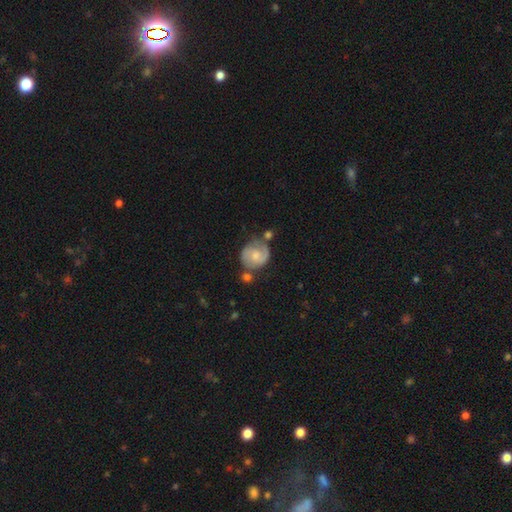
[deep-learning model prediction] smooth_or_featured: featured or disk (p=0.70) [alt: smooth p=0.24]
disk_edge_on: no (p=0.98) [alt: yes p=0.02]
bar: no (p=0.58) [alt: weak p=0.36]
has_spiral_arms: yes (p=0.91) [alt: no p=0.09]
spiral_winding: medium (p=0.45) [alt: tight p=0.39]
spiral_arm_count: 2 (p=0.81) [alt: can't tell p=0.09]
bulge_size: moderate (p=0.54) [alt: small p=0.33]
merging: none (p=0.59) [alt: minor disturbance p=0.21]